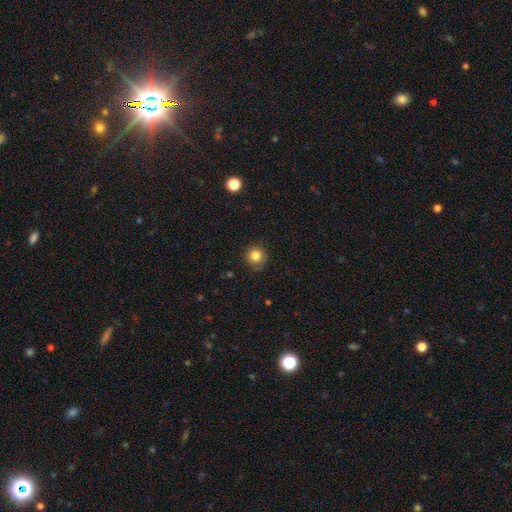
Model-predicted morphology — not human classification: Q: Smooth or featured?
A: smooth (83%); runner-up: star or artifact (11%)
Q: How rounded?
A: round (92%); runner-up: in between (7%)
Q: Merging?
A: none (84%); runner-up: minor disturbance (12%)